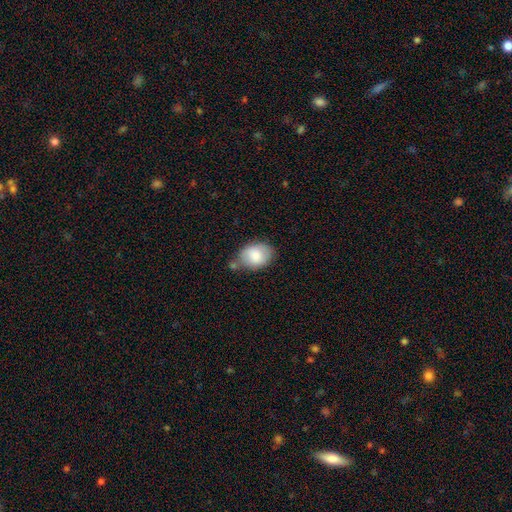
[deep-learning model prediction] This is clearly a smooth galaxy (81%). How rounded: likely in between (74%). Merging: possibly none (60%).